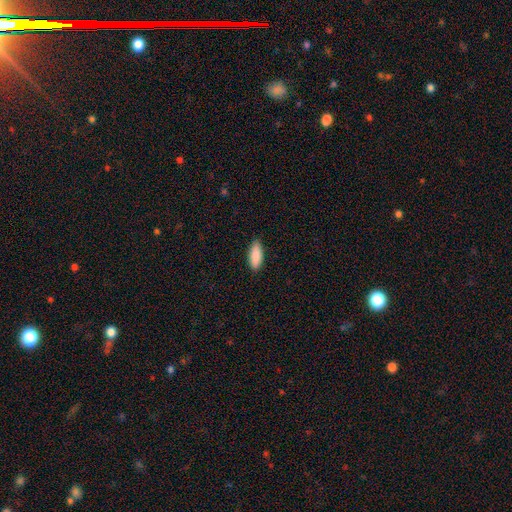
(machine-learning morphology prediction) Q: Smooth or featured?
A: smooth (89%); runner-up: star or artifact (6%)
Q: How rounded?
A: in between (73%); runner-up: cigar-shaped (25%)
Q: Merging?
A: none (88%); runner-up: minor disturbance (9%)